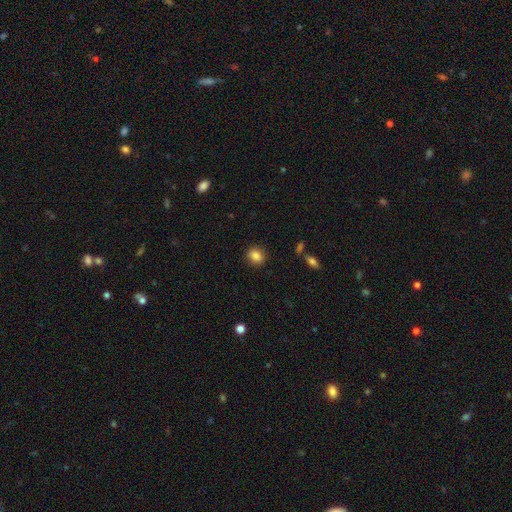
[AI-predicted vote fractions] This appears to be a smooth galaxy with no disk features (86%) that is round (69%). Merging: none (89%).